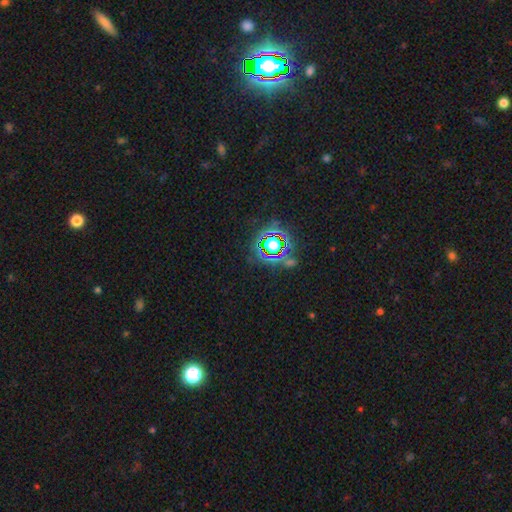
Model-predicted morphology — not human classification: smooth-or-featured: star or artifact: 79% | smooth: 13% | featured or disk: 8%